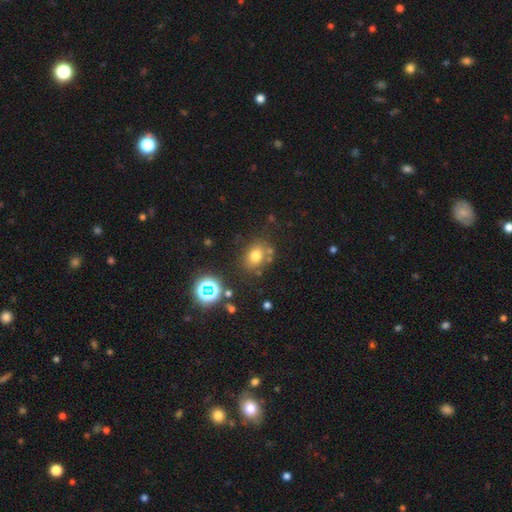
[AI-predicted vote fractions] Smooth or featured? smooth (72%)
How rounded? in between (52%)
Merging? none (74%)